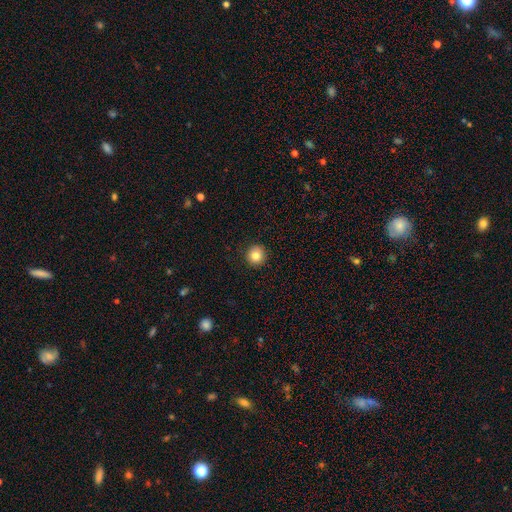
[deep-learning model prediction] Morphology: type=smooth (84%); roundness=round (94%); merging=none (92%).